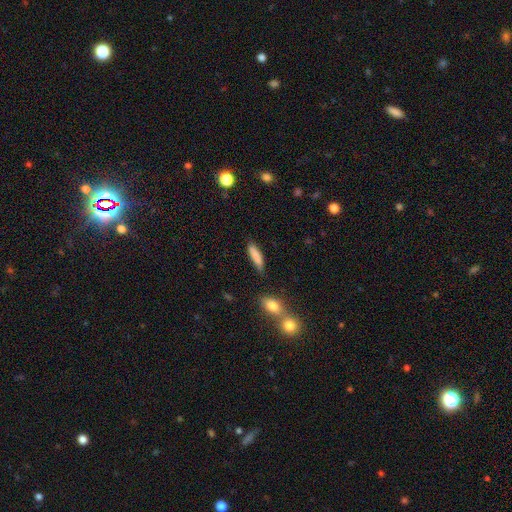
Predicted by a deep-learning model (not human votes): A smooth galaxy with no disk features (84%) that is cigar-shaped (71%). Merging: none (77%).